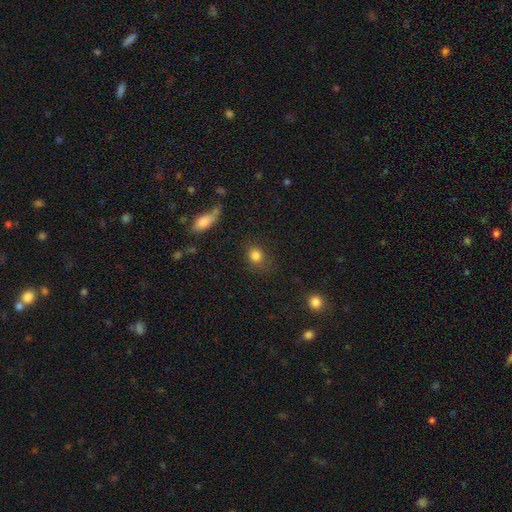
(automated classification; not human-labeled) smooth-or-featured: smooth: 83% | star or artifact: 11% | featured or disk: 6%
  how-rounded: round: 72% | in between: 27% | cigar-shaped: 1%
  merging: none: 72% | minor disturbance: 17% | major disturbance: 8% | merger: 3%